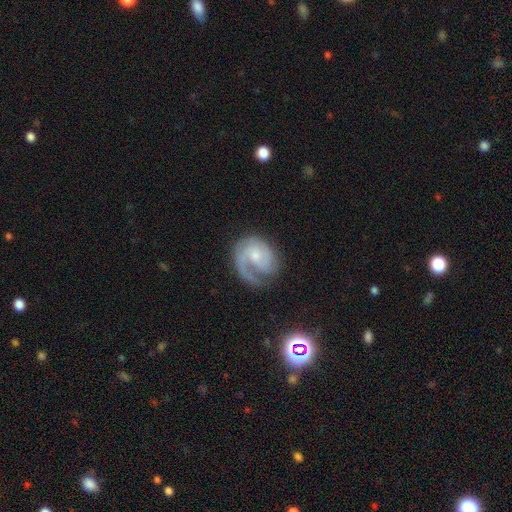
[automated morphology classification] Smooth or featured? Predicted: featured or disk (p=0.80). Edge-on disk? Predicted: no (p=0.98). Bar? Predicted: no (p=0.63). Spiral arms? Predicted: yes (p=0.95). Spiral winding? Predicted: tight (p=0.43). Spiral arm count? Predicted: 1 (p=0.63). Bulge size? Predicted: small (p=0.49). Merging? Predicted: none (p=0.57).